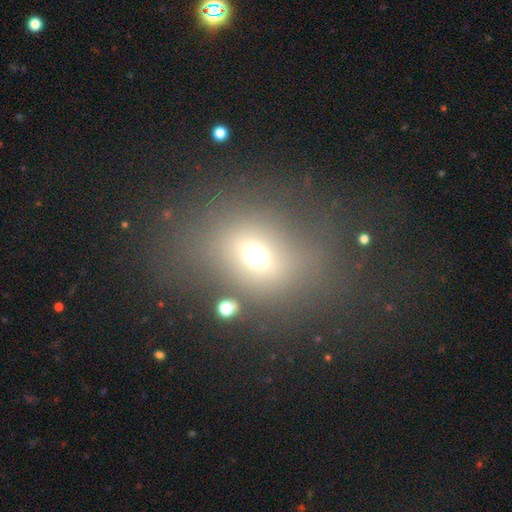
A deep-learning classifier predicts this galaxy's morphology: Q: Smooth or featured?
A: smooth (62%); runner-up: star or artifact (22%)
Q: How rounded?
A: in between (55%); runner-up: round (43%)
Q: Merging?
A: none (65%); runner-up: minor disturbance (15%)